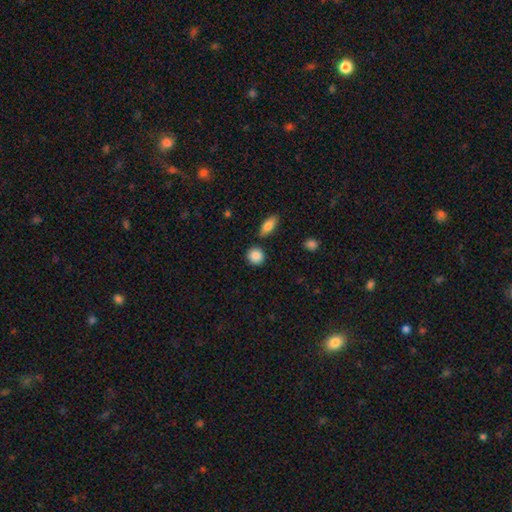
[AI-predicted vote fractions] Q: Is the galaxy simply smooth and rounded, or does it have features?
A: smooth — 88%.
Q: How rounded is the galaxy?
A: round — 86%.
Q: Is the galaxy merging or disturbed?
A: none — 84%.